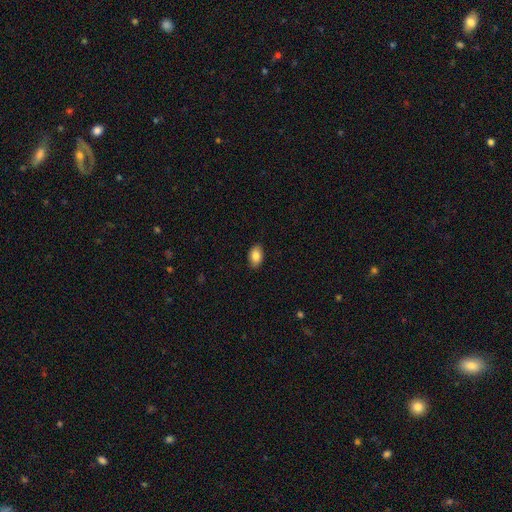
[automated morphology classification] Smooth or featured? Predicted: smooth (p=0.86). How rounded? Predicted: in between (p=0.89). Merging? Predicted: none (p=0.88).